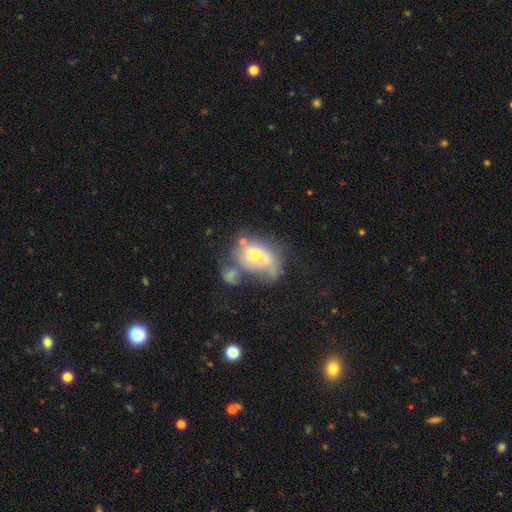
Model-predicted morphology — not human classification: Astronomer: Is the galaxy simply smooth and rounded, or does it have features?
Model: smooth — 54% (runner-up: featured or disk, 37%).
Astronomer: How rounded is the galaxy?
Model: in between — 72%.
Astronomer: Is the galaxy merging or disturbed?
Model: none — 29% (runner-up: merger, 28%).